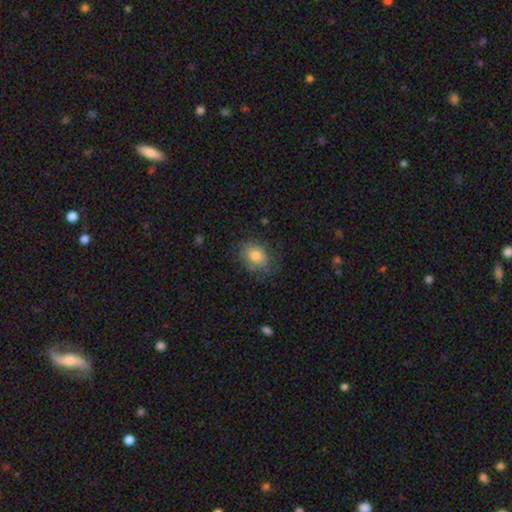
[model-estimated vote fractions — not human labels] smooth-or-featured: smooth: 79% | featured or disk: 13% | star or artifact: 8%
  how-rounded: in between: 65% | round: 34% | cigar-shaped: 1%
  merging: none: 71% | minor disturbance: 21% | major disturbance: 7% | merger: 1%